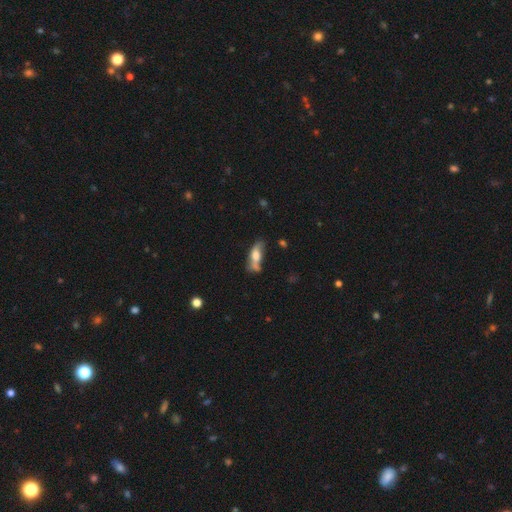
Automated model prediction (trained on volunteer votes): Morphology: type=smooth (56%); roundness=in between (65%); merging=none (42%).